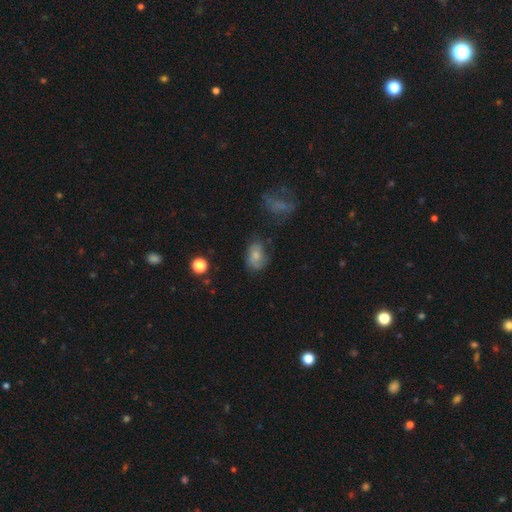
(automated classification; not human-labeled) Morphology: type=smooth (68%); roundness=in between (76%); merging=none (57%).